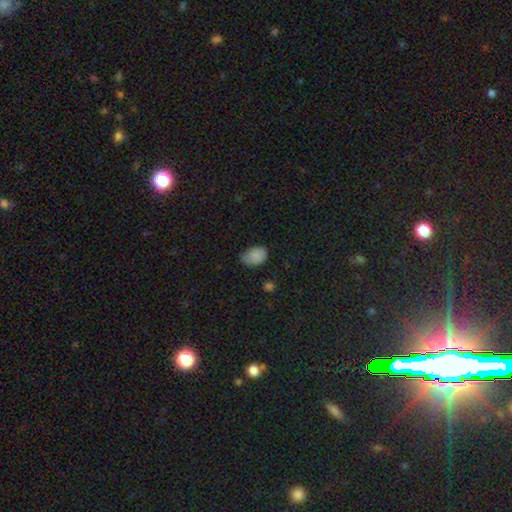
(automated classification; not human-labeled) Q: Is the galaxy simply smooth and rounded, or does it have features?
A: smooth — 84%.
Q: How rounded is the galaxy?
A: in between — 79%.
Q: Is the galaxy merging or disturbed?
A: none — 50%.